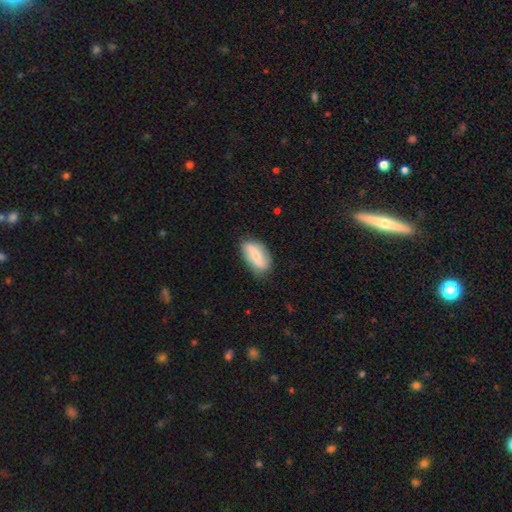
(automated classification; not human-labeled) This appears to be a smooth galaxy with no disk features (49%). Merging: none (77%).